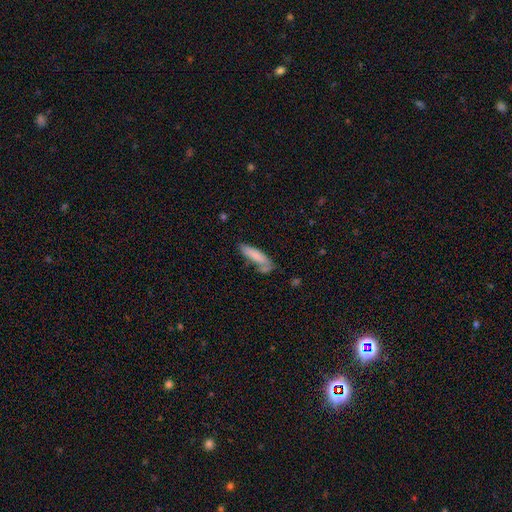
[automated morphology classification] Q: Smooth or featured?
A: smooth (80%); runner-up: featured or disk (14%)
Q: How rounded?
A: cigar-shaped (66%); runner-up: in between (33%)
Q: Merging?
A: none (55%); runner-up: minor disturbance (23%)